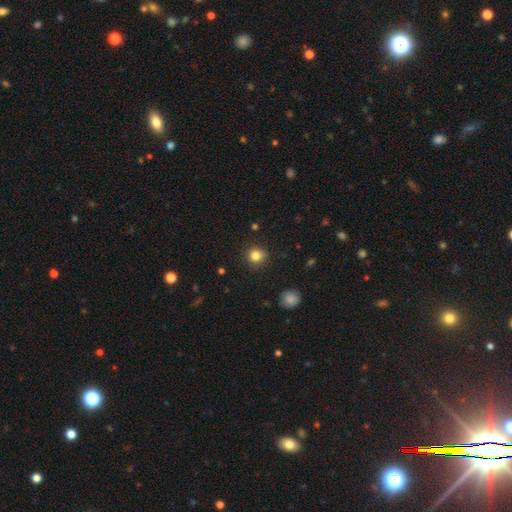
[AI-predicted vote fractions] smooth-or-featured: smooth: 82% | star or artifact: 12% | featured or disk: 6%
  how-rounded: round: 89% | in between: 10% | cigar-shaped: 1%
  merging: none: 87% | minor disturbance: 9% | major disturbance: 2% | merger: 1%